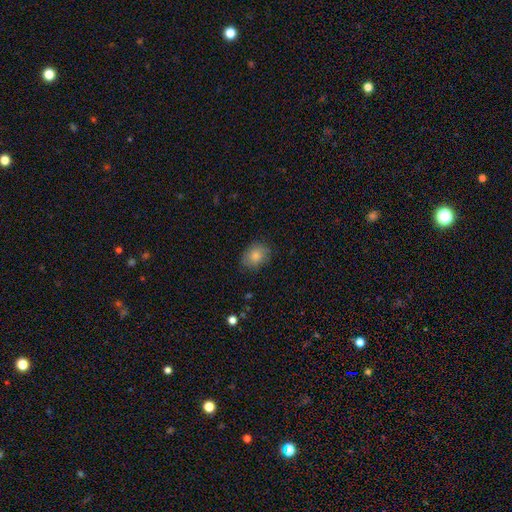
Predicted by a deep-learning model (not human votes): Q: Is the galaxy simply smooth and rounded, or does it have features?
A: smooth — 84%.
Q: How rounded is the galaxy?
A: in between — 58%.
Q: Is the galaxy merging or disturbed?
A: none — 80%.